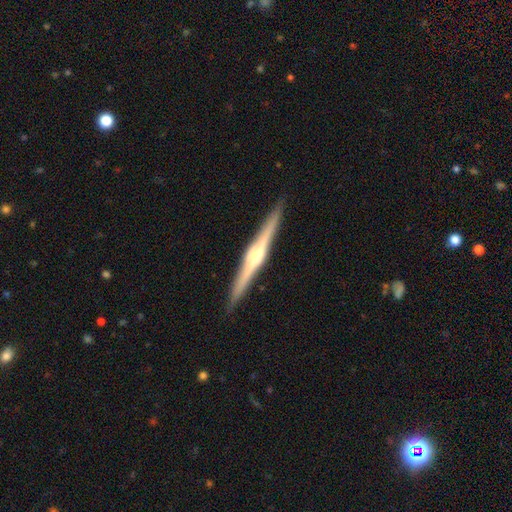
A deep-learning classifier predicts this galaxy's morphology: This is clearly a featured or disk galaxy (82%). It is clearly viewed edge-on (98%). Edge-on bulge: likely rounded (79%). Merging: clearly none (92%).